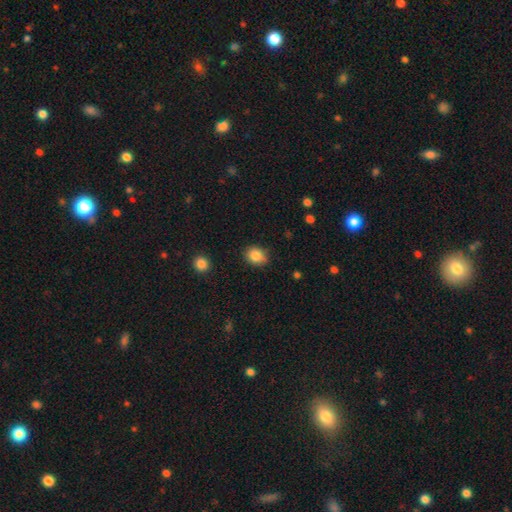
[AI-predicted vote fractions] This is clearly a smooth galaxy (85%). How rounded: possibly round (54%). Merging: clearly none (81%).